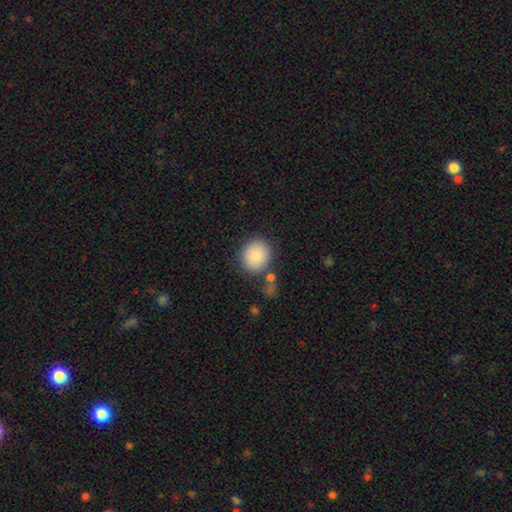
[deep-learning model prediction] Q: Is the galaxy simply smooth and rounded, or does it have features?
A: smooth — 87%.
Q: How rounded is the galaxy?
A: round — 83%.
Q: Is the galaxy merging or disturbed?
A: none — 79%.